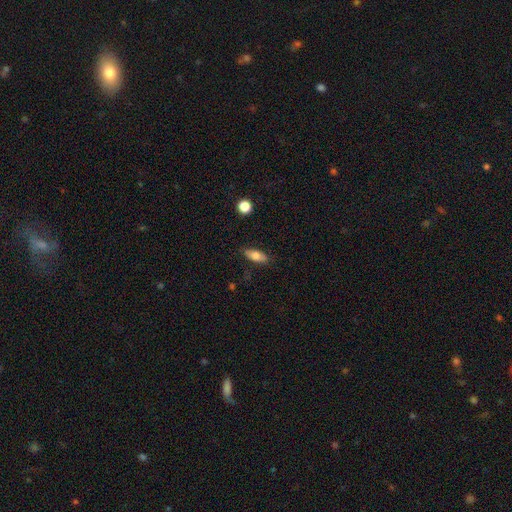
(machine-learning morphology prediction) smooth_or_featured: smooth (p=0.72) [alt: featured or disk p=0.21]
how_rounded: in between (p=0.78) [alt: cigar-shaped p=0.19]
merging: none (p=0.82) [alt: minor disturbance p=0.14]